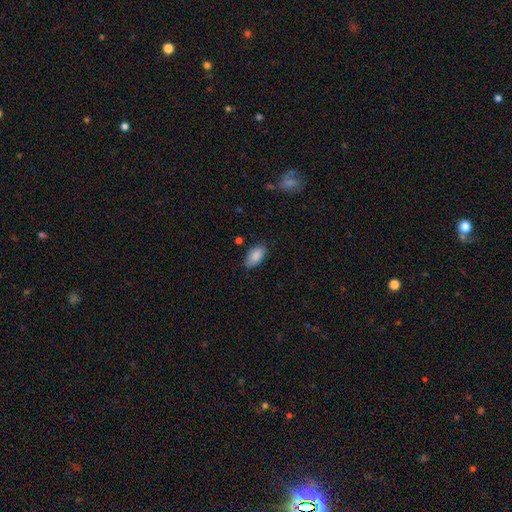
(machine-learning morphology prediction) This appears to be a smooth galaxy with no disk features (88%) that is in between round and cigar-shaped (94%). Merging: none (80%).